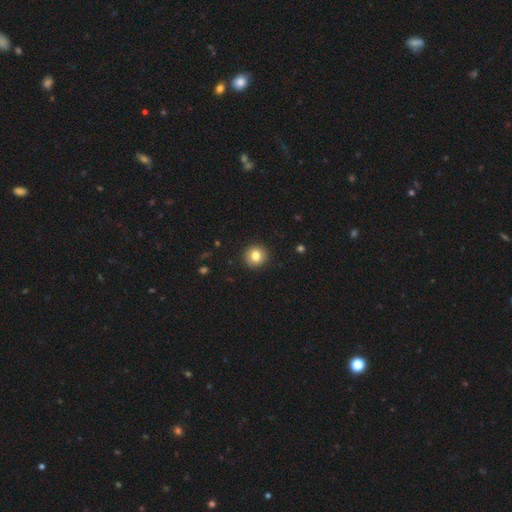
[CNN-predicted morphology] Smooth or featured?
  - smooth: 82% *
  - star or artifact: 10%
  - featured or disk: 8%
How rounded?
  - round: 93% *
  - in between: 6%
  - cigar-shaped: 1%
Merging?
  - none: 92% *
  - minor disturbance: 5%
  - major disturbance: 2%
  - merger: 1%